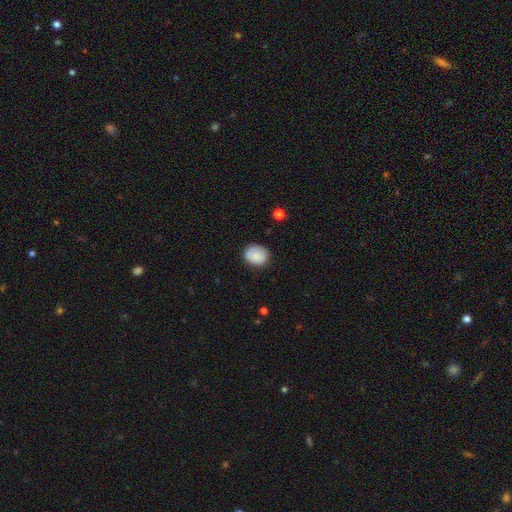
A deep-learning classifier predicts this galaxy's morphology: smooth_or_featured: smooth (p=0.84) [alt: featured or disk p=0.08]
how_rounded: round (p=0.62) [alt: in between p=0.37]
merging: none (p=0.82) [alt: minor disturbance p=0.14]